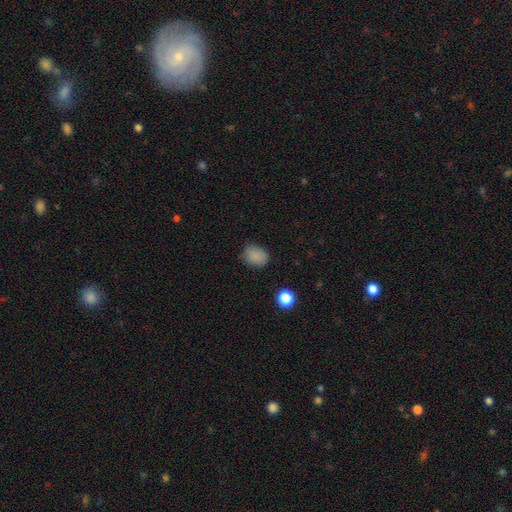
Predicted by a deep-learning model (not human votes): Q: Smooth or featured?
A: smooth (85%); runner-up: star or artifact (11%)
Q: How rounded?
A: in between (55%); runner-up: round (44%)
Q: Merging?
A: none (74%); runner-up: minor disturbance (20%)